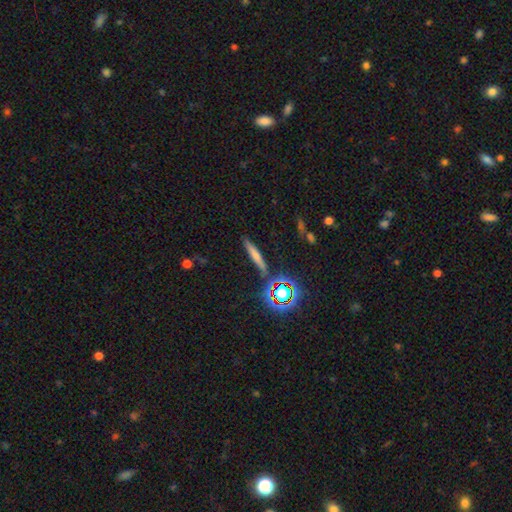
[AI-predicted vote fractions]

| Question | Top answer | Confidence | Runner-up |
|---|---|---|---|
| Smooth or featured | smooth | 59% | featured or disk (25%) |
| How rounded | cigar-shaped | 87% | in between (8%) |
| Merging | none | 82% | minor disturbance (10%) |